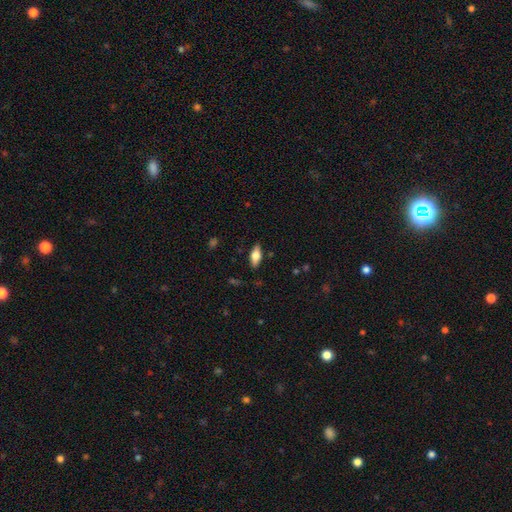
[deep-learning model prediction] Smooth or featured: smooth — 61% (featured or disk — 32%)
How rounded: in between — 77% (cigar-shaped — 20%)
Merging: none — 86% (minor disturbance — 11%)